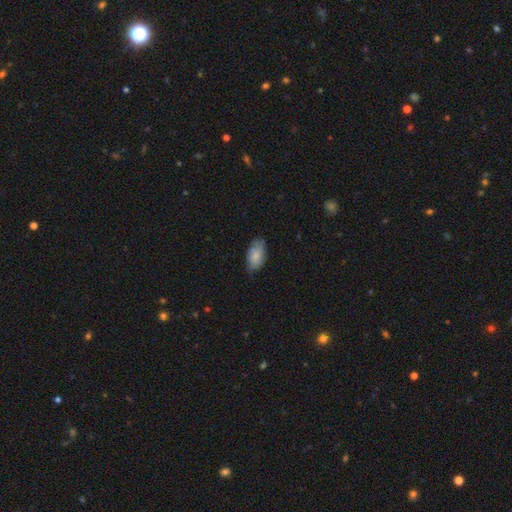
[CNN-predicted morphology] Overall: smooth (79%). How rounded: in between (94%). Merging: none (69%).